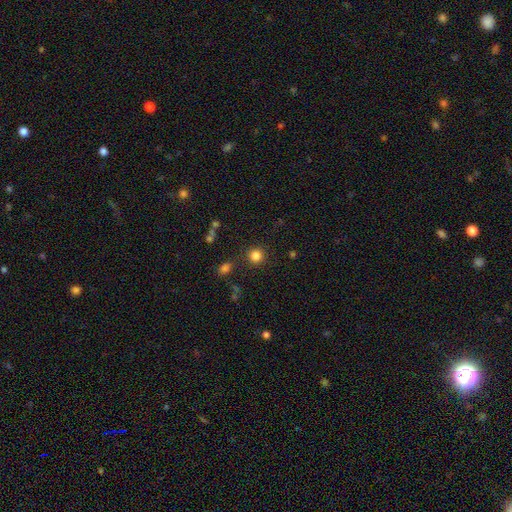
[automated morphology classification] smooth 83%, star or artifact 13%, featured or disk 4%. Down the decision tree: how rounded — round (93%); merging — none (88%).